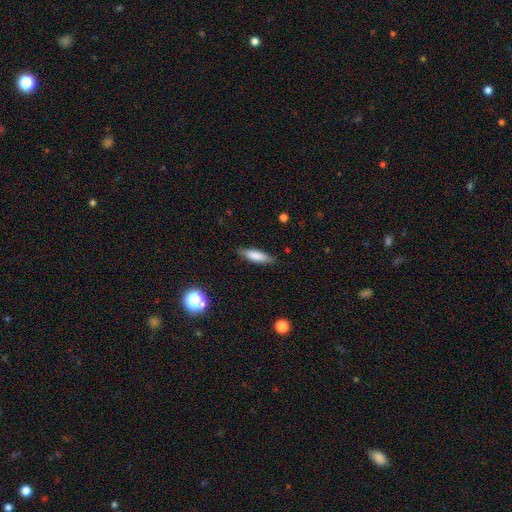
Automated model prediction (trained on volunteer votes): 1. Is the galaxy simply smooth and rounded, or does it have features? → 78% smooth, 15% featured or disk, 7% star or artifact.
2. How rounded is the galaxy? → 60% cigar-shaped, 39% in between, 2% round.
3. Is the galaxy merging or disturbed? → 84% none, 12% minor disturbance, 2% major disturbance, 1% merger.